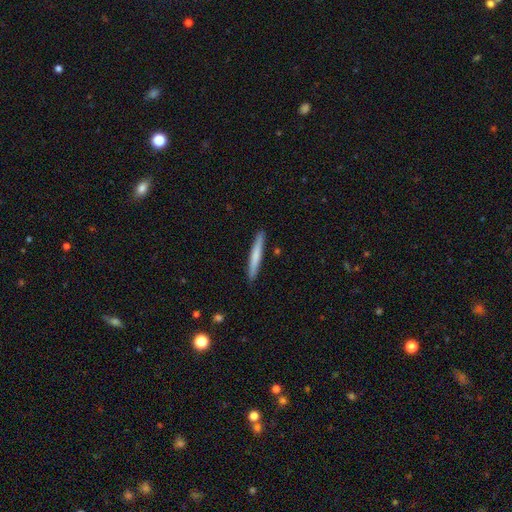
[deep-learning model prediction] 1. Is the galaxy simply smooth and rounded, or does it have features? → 68% smooth, 27% featured or disk, 5% star or artifact.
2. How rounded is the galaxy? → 96% cigar-shaped, 3% in between, 1% round.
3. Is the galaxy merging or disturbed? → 91% none, 6% minor disturbance, 1% major disturbance, 1% merger.